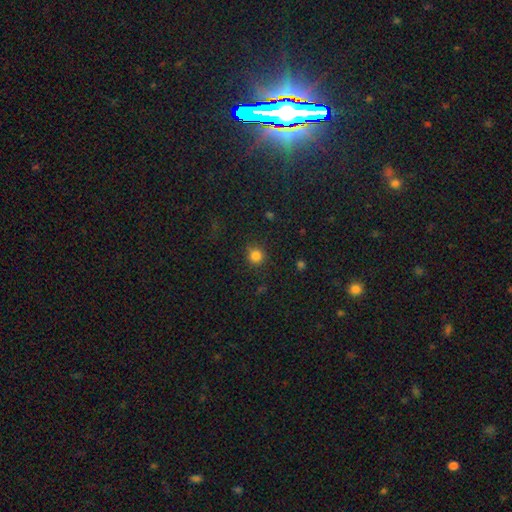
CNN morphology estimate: Smooth or featured: smooth — 83% (star or artifact — 13%)
How rounded: round — 92% (in between — 7%)
Merging: none — 86% (minor disturbance — 9%)